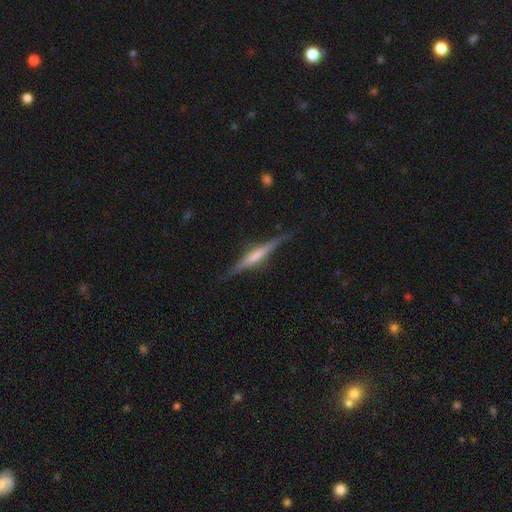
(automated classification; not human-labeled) featured or disk 67%, smooth 27%, star or artifact 6%. Down the decision tree: edge-on disk — yes (97%); edge-on bulge — rounded (50%); merging — none (86%).